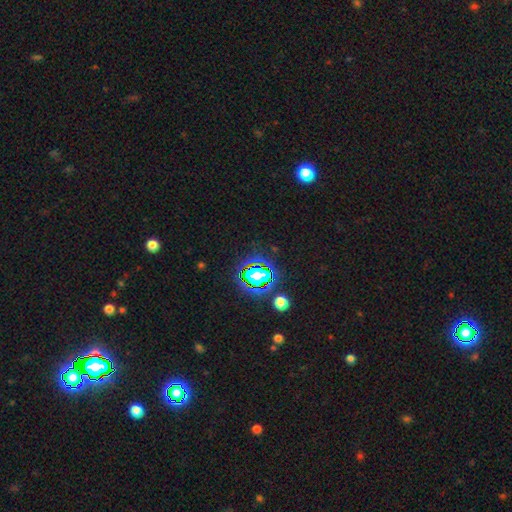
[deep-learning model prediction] A star or artifact, not a galaxy (76%).

Vote fractions:
- Smooth or featured? star or artifact: 76% / smooth: 16% / featured or disk: 8%